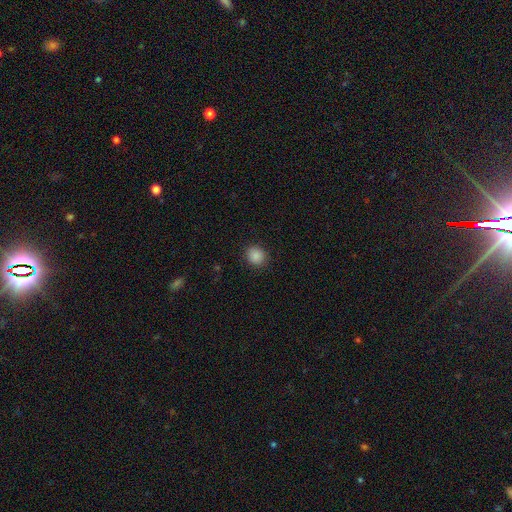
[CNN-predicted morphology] smooth-or-featured: smooth: 88% | star or artifact: 10% | featured or disk: 3%
  how-rounded: round: 83% | in between: 16% | cigar-shaped: 1%
  merging: none: 90% | minor disturbance: 7% | major disturbance: 2% | merger: 1%